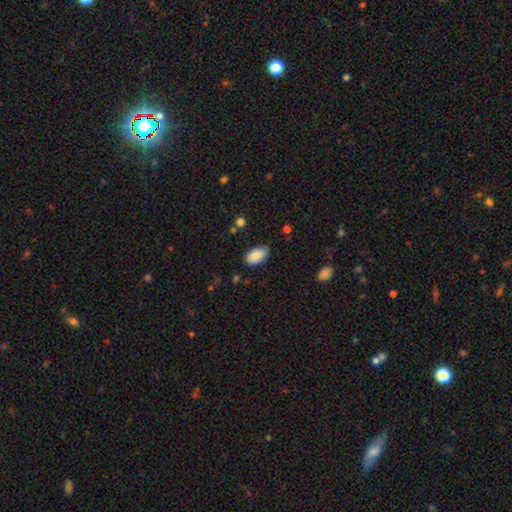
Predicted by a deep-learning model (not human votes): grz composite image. It shows a smooth galaxy with no disk features (87%) that is in between round and cigar-shaped (95%). Merging: none (79%).